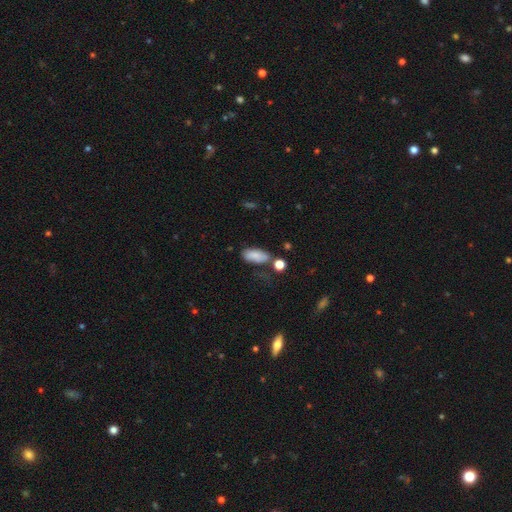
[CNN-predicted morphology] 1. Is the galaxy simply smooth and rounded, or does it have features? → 78% smooth, 13% featured or disk, 9% star or artifact.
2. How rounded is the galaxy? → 88% in between, 9% cigar-shaped, 4% round.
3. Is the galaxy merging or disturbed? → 55% none, 24% minor disturbance, 10% merger, 10% major disturbance.